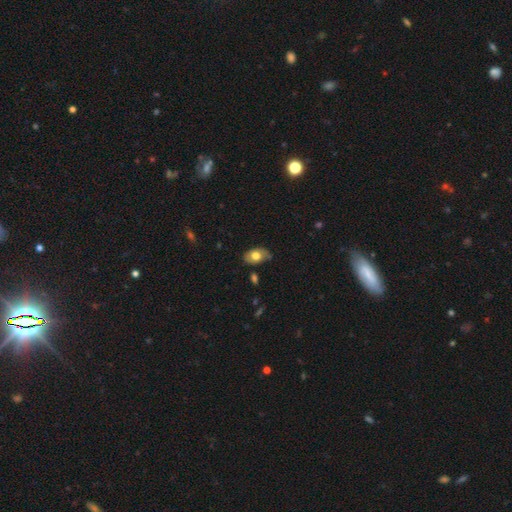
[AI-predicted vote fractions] Smooth or featured? smooth (67%)
How rounded? in between (88%)
Merging? none (69%)